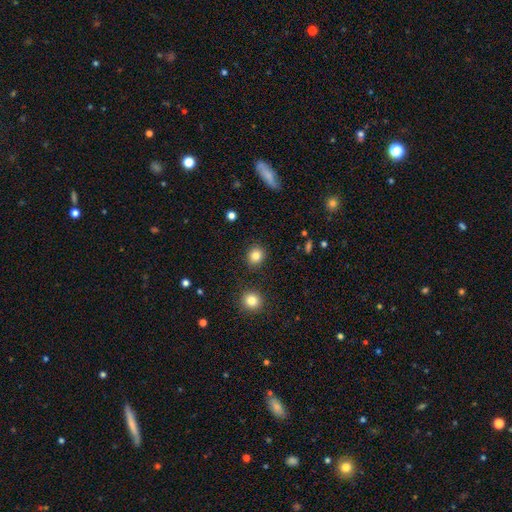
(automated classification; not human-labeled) smooth_or_featured: smooth (p=0.83) [alt: star or artifact p=0.11]
how_rounded: round (p=0.81) [alt: in between p=0.18]
merging: none (p=0.89) [alt: minor disturbance p=0.07]